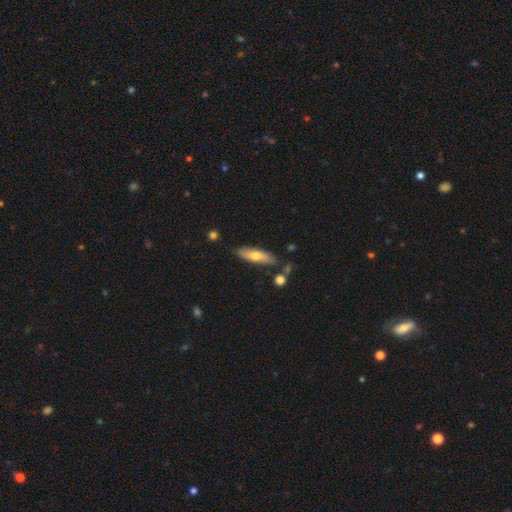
Morphology: type=smooth (68%); roundness=cigar-shaped (68%); merging=none (89%).